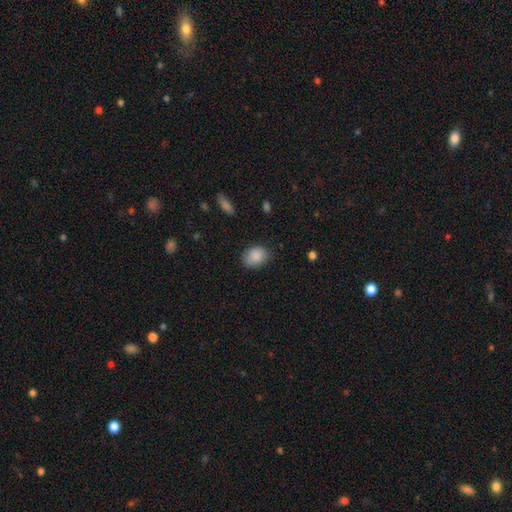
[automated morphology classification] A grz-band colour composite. It shows a smooth galaxy with no disk features (88%) that is in between round and cigar-shaped (68%). Merging: none (79%).